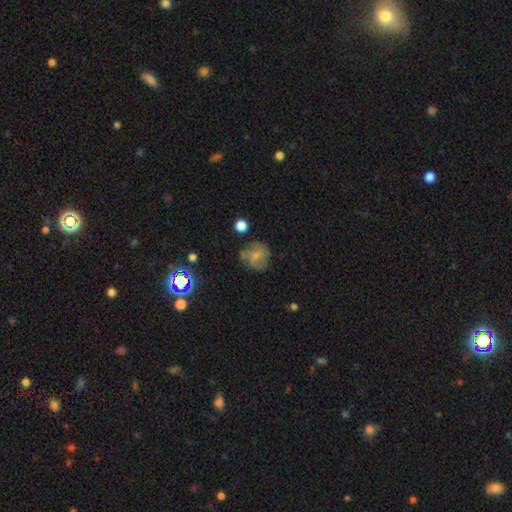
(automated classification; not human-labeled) Morphology: type=smooth (61%); roundness=round (79%); merging=none (58%).